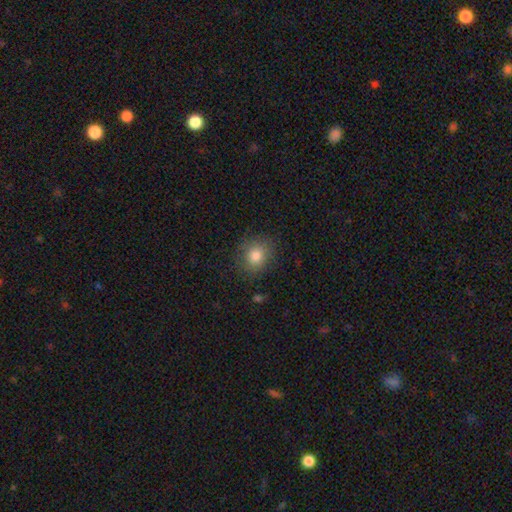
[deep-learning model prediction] A smooth galaxy with no disk features (82%) that is round (74%).

Vote fractions:
- Smooth or featured? smooth: 82% / star or artifact: 10% / featured or disk: 8%
- How rounded? round: 74% / in between: 25% / cigar-shaped: 1%
- Merging? none: 83% / minor disturbance: 12% / major disturbance: 4% / merger: 1%